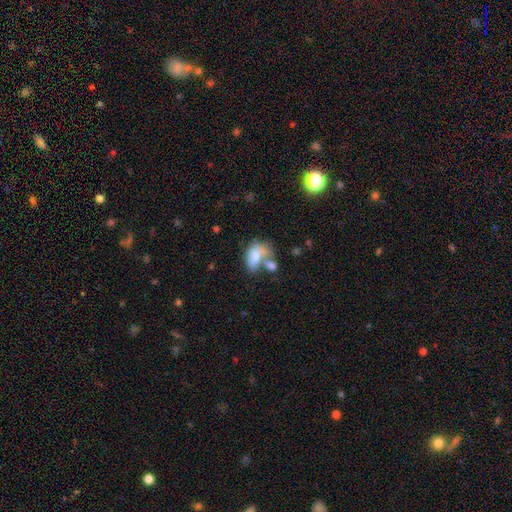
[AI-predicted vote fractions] The model was most divided on "merging": merger: 49%, major disturbance: 19%, none: 19%, minor disturbance: 14%. More confident: how rounded — in between (88%); smooth or featured — smooth (69%).